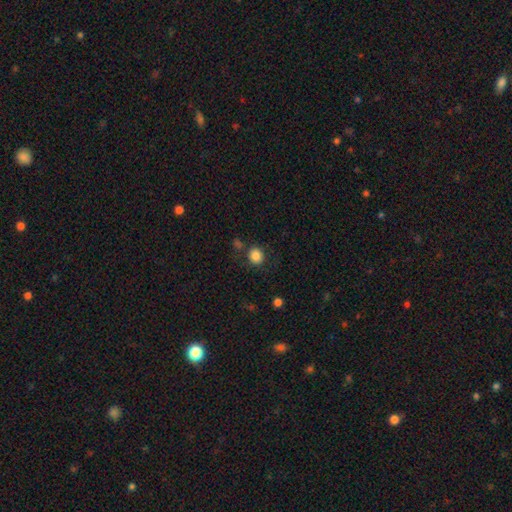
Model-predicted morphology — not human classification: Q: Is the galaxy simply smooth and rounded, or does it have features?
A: smooth — 85%.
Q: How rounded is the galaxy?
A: round — 84%.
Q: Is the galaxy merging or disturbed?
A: none — 79%.